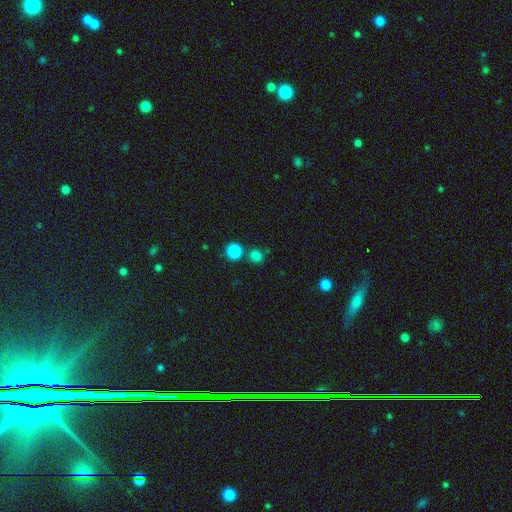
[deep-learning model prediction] Smooth or featured? Predicted: smooth (p=0.80). How rounded? Predicted: round (p=0.85). Merging? Predicted: none (p=0.69).